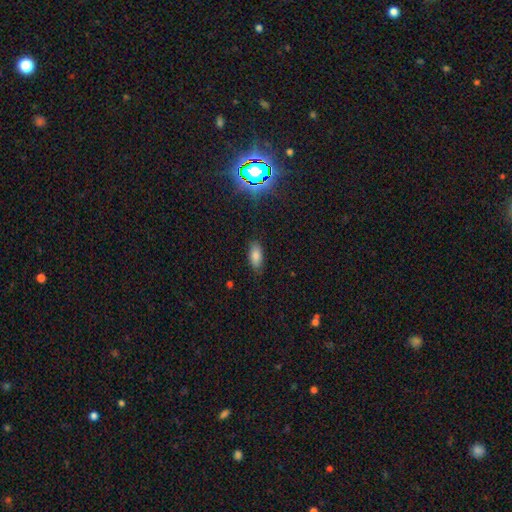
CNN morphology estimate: A smooth galaxy with no disk features (80%) that is in between round and cigar-shaped (90%).

Vote fractions:
- Smooth or featured? smooth: 80% / star or artifact: 13% / featured or disk: 7%
- How rounded? in between: 90% / cigar-shaped: 7% / round: 3%
- Merging? none: 83% / minor disturbance: 13% / major disturbance: 3% / merger: 1%